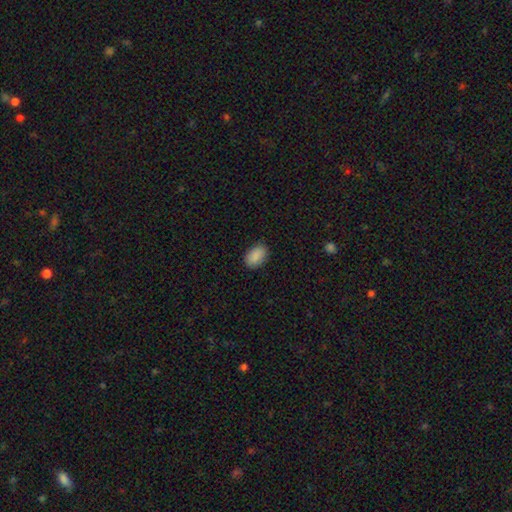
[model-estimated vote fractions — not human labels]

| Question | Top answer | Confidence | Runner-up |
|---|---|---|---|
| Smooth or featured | smooth | 90% | star or artifact (7%) |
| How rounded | in between | 90% | round (9%) |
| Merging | none | 86% | minor disturbance (11%) |